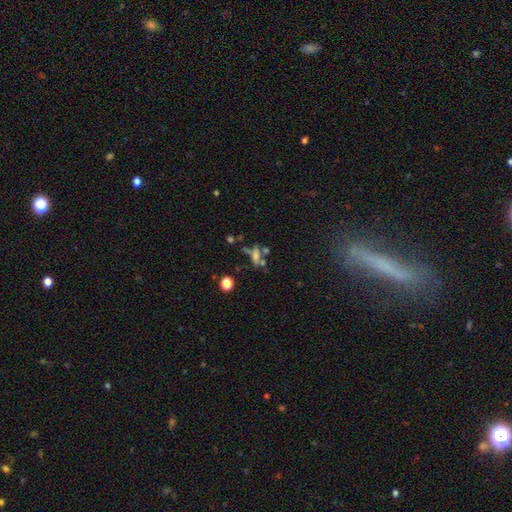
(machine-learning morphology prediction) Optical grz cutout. It shows a smooth galaxy with no disk features (45%). Merging: none (43%).